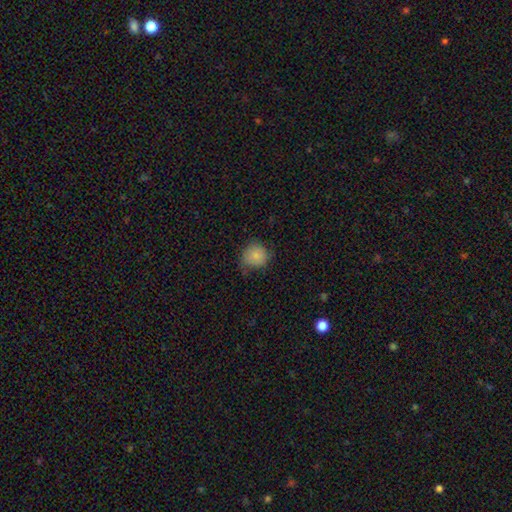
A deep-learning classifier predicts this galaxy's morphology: Smooth or featured? Predicted: smooth (p=0.82). How rounded? Predicted: round (p=0.85). Merging? Predicted: none (p=0.66).